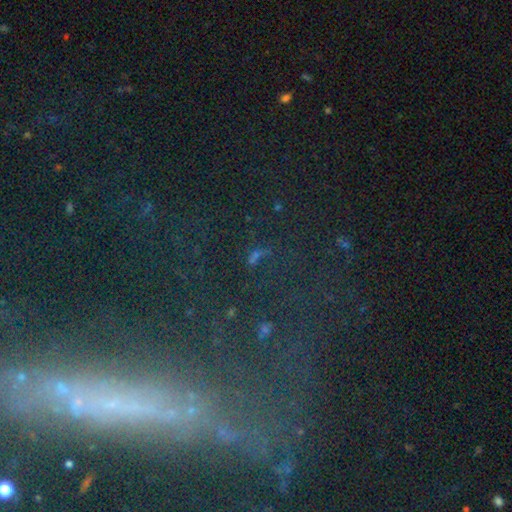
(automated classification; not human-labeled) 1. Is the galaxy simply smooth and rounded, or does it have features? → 67% star or artifact, 21% smooth, 12% featured or disk.